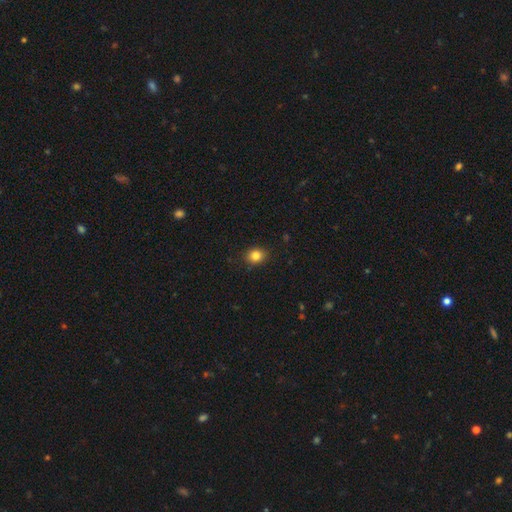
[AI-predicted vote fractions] The model was most divided on "how rounded": round: 60%, in between: 39%, cigar-shaped: 1%. More confident: merging — none (89%); smooth or featured — smooth (84%).